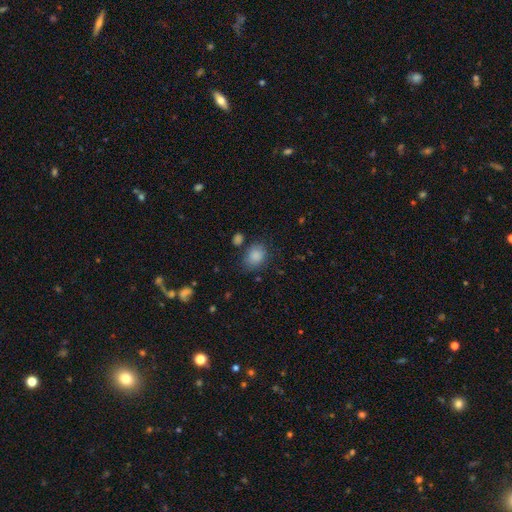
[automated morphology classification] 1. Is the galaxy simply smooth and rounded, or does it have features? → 85% smooth, 9% star or artifact, 6% featured or disk.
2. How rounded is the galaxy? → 52% in between, 47% round, 1% cigar-shaped.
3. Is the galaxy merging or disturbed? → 67% none, 21% minor disturbance, 7% major disturbance, 5% merger.